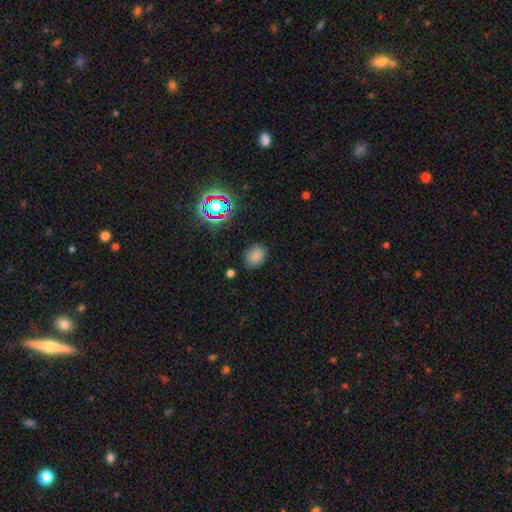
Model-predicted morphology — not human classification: Smooth or featured: smooth — 78% (star or artifact — 17%)
How rounded: in between — 61% (round — 38%)
Merging: none — 80% (minor disturbance — 14%)